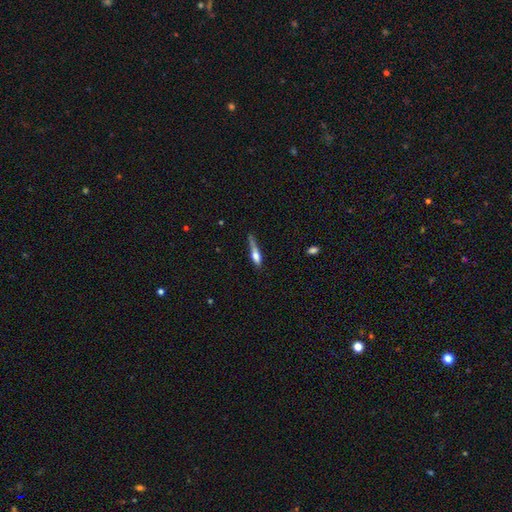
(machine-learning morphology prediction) Smooth or featured?
  - smooth: 63% *
  - featured or disk: 29%
  - star or artifact: 8%
How rounded?
  - cigar-shaped: 71% *
  - in between: 26%
  - round: 3%
Merging?
  - none: 35% * (tied)
  - minor disturbance: 35% * (tied)
  - major disturbance: 24%
  - merger: 7%